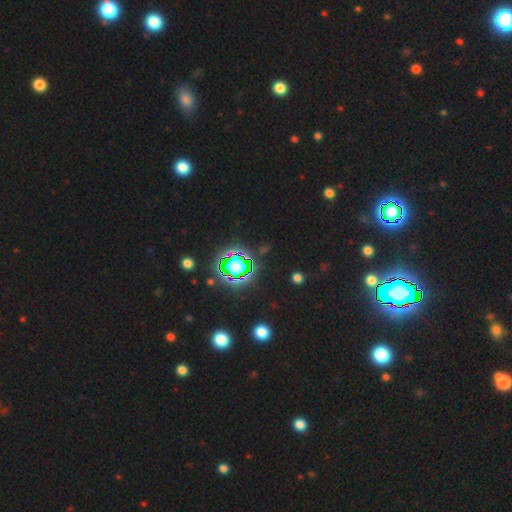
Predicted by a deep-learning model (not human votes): The model was most divided on "smooth or featured": star or artifact: 82%, smooth: 11%, featured or disk: 7%.